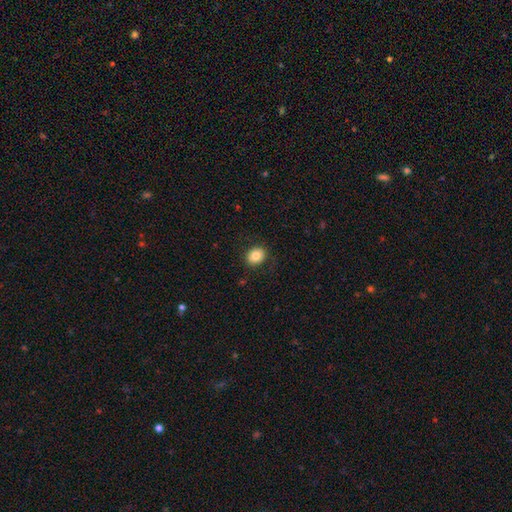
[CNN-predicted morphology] Smooth or featured? smooth (81%)
How rounded? round (54%)
Merging? none (87%)